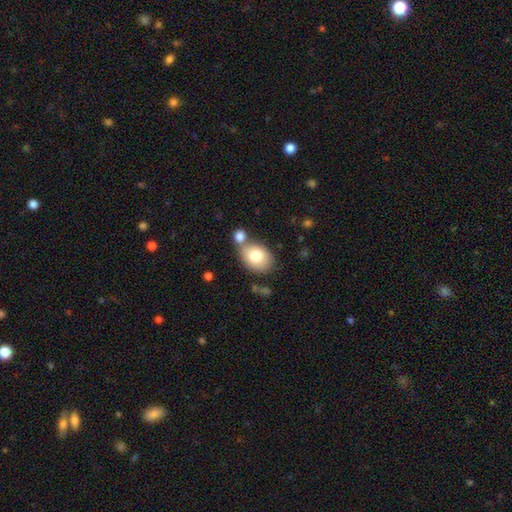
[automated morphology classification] type=smooth (78%); roundness=in between (71%); merging=none (56%).